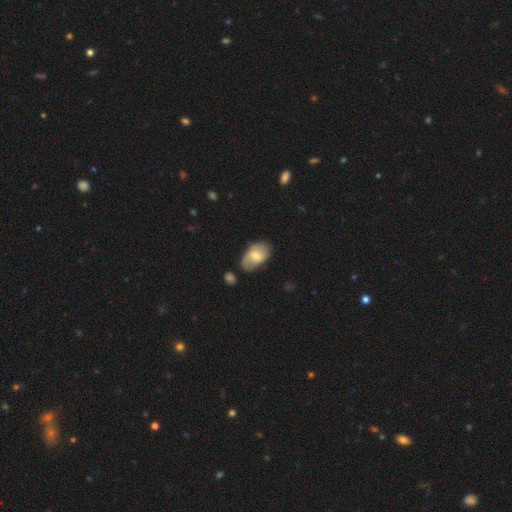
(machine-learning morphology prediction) smooth-or-featured: smooth: 52% | featured or disk: 41% | star or artifact: 7%
  how-rounded: in between: 91% | round: 8% | cigar-shaped: 2%
  merging: none: 63% | minor disturbance: 27% | major disturbance: 7% | merger: 4%